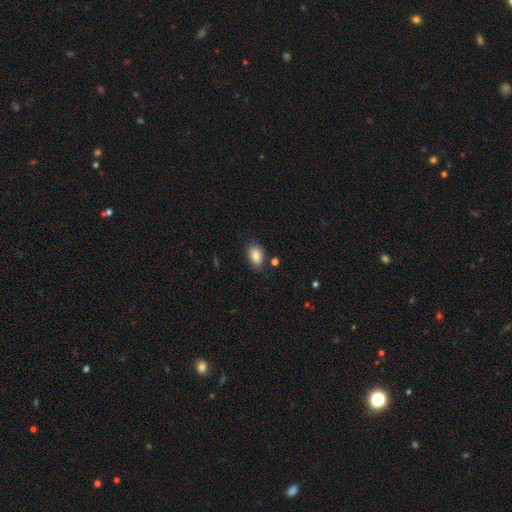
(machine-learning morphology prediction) Q: Smooth or featured?
A: smooth (85%); runner-up: star or artifact (8%)
Q: How rounded?
A: in between (87%); runner-up: round (12%)
Q: Merging?
A: none (79%); runner-up: minor disturbance (15%)